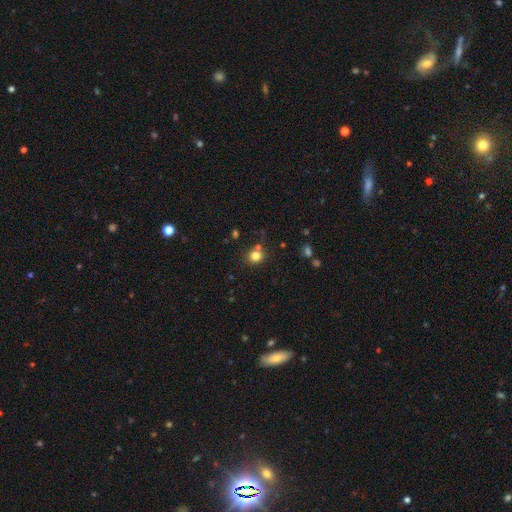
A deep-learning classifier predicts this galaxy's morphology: Smooth or featured?
  - smooth: 80% *
  - star or artifact: 14%
  - featured or disk: 6%
How rounded?
  - round: 85% *
  - in between: 14%
  - cigar-shaped: 1%
Merging?
  - none: 72% *
  - merger: 14%
  - minor disturbance: 10%
  - major disturbance: 3%